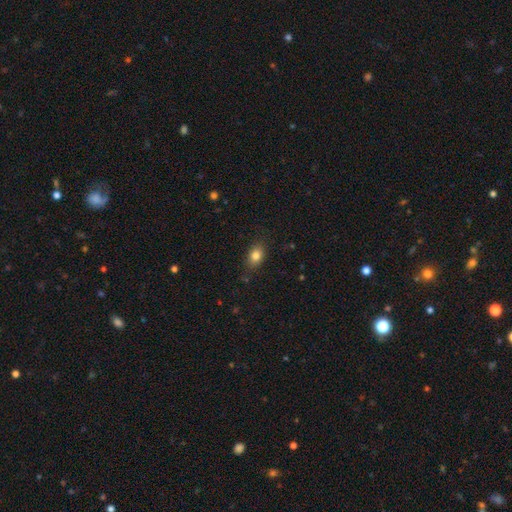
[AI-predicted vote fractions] Morphology: type=smooth (82%); roundness=in between (79%); merging=none (83%).